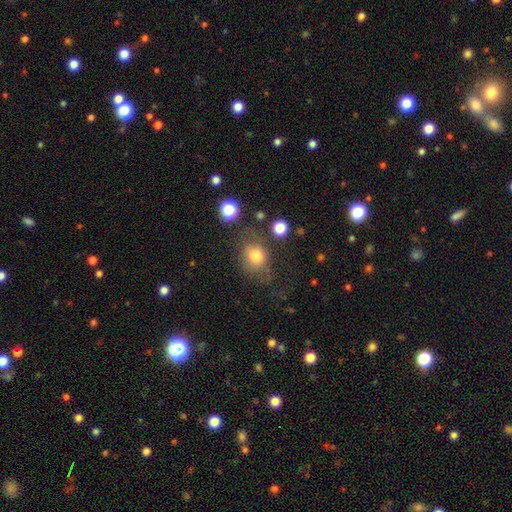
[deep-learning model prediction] smooth_or_featured: smooth (p=0.76) [alt: featured or disk p=0.12]
how_rounded: round (p=0.54) [alt: in between p=0.45]
merging: none (p=0.52) [alt: minor disturbance p=0.24]